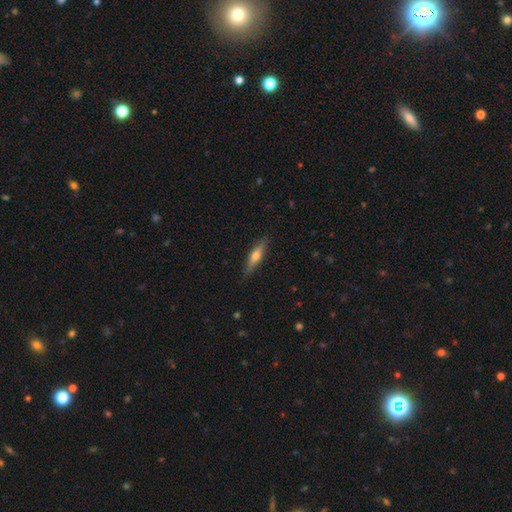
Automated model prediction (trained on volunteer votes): smooth-or-featured: smooth: 50% | featured or disk: 44% | star or artifact: 6%
  merging: none: 85% | minor disturbance: 11% | major disturbance: 2% | merger: 1%